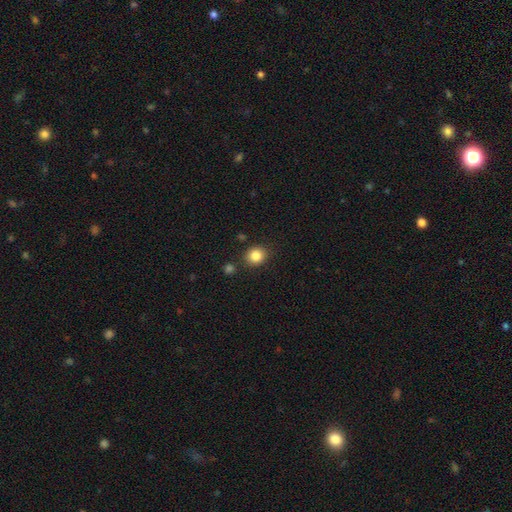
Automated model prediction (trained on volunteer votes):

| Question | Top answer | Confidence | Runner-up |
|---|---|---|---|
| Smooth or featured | smooth | 85% | star or artifact (10%) |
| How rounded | round | 78% | in between (22%) |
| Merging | none | 84% | minor disturbance (9%) |